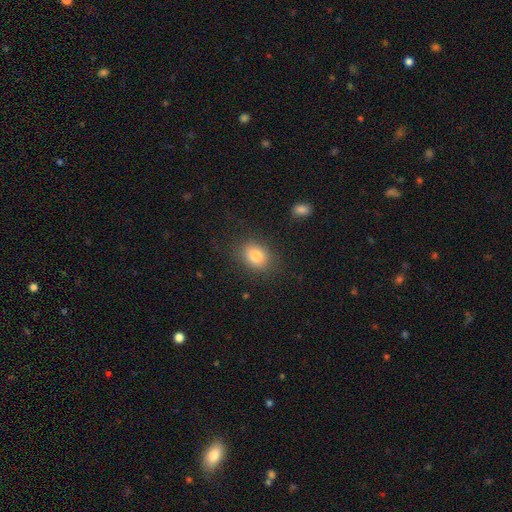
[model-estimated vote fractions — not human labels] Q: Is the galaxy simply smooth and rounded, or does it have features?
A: smooth — 83%.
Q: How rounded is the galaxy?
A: in between — 64%.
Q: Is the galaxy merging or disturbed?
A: none — 82%.